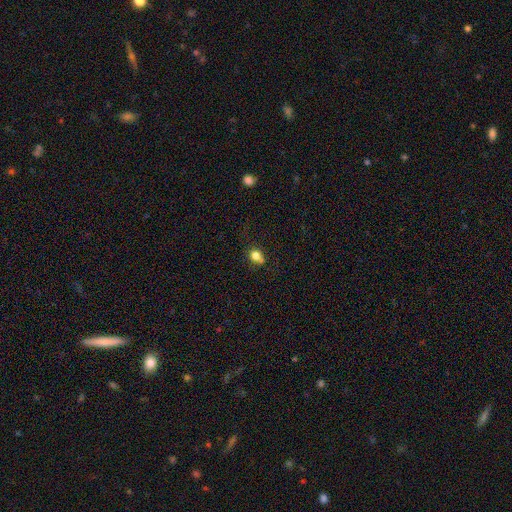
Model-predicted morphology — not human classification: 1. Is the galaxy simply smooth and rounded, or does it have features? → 80% smooth, 12% star or artifact, 8% featured or disk.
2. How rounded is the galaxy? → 61% round, 37% in between, 1% cigar-shaped.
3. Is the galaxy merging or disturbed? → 62% none, 22% minor disturbance, 9% merger, 7% major disturbance.